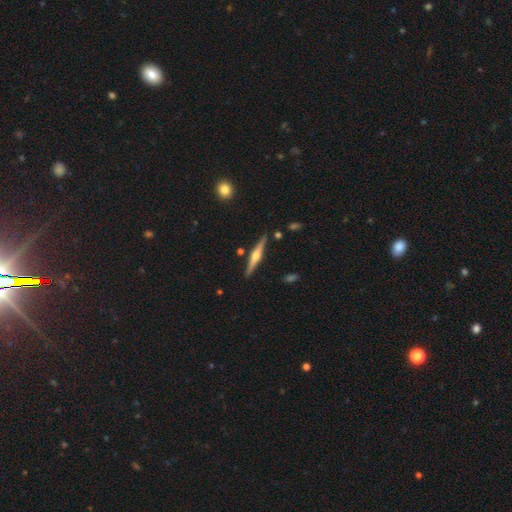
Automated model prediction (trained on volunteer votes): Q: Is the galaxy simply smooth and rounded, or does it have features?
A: featured or disk — 76%.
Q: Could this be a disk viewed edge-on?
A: yes — 98%.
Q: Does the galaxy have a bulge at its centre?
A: rounded — 93%.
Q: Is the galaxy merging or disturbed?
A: none — 89%.